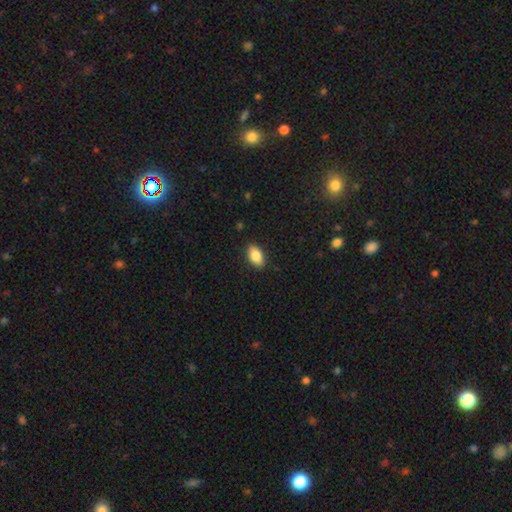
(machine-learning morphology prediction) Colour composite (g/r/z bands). It shows a smooth galaxy with no disk features (85%) that is in between round and cigar-shaped (91%). Merging: none (88%).